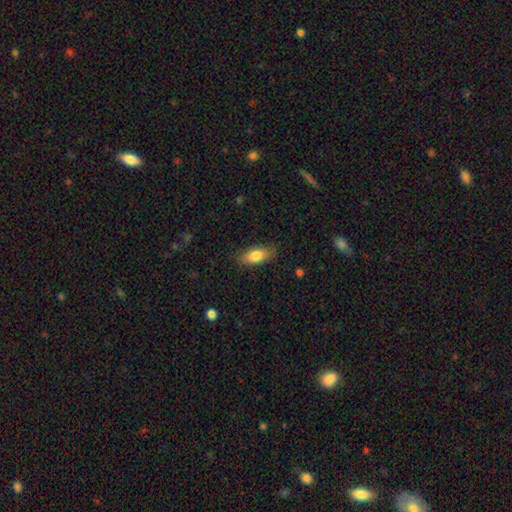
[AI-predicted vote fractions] Smooth or featured: smooth — 82% (featured or disk — 11%)
How rounded: in between — 84% (cigar-shaped — 13%)
Merging: none — 83% (minor disturbance — 12%)